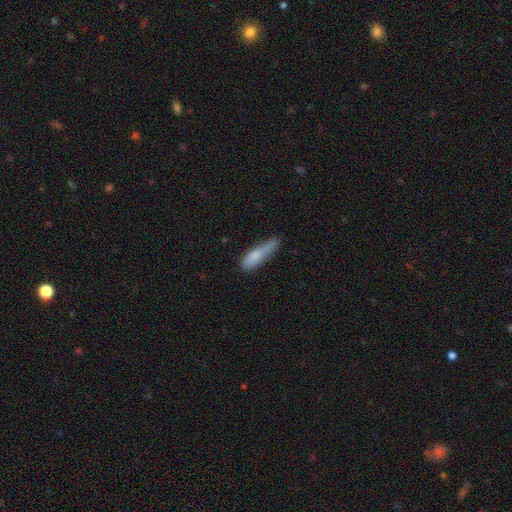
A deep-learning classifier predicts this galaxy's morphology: Smooth or featured? Predicted: smooth (p=0.76). How rounded? Predicted: cigar-shaped (p=0.69). Merging? Predicted: none (p=0.43).